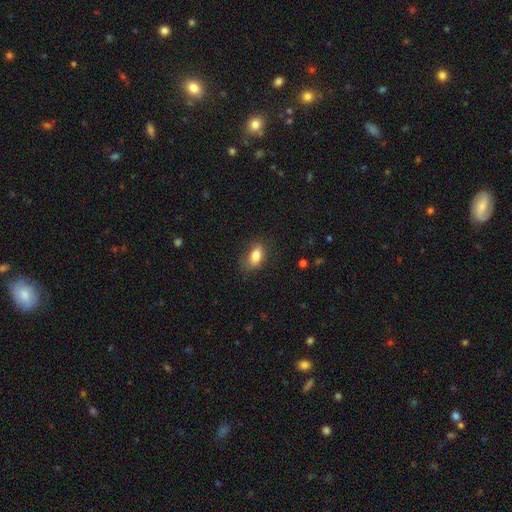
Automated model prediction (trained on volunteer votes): A smooth galaxy with no disk features (82%) that is in between round and cigar-shaped (88%). Merging: none (72%).